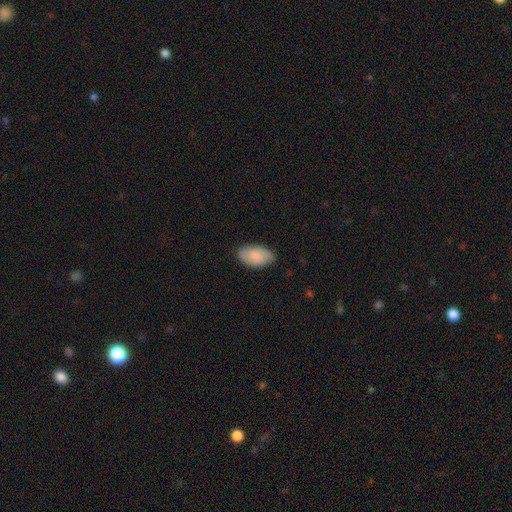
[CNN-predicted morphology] smooth-or-featured: smooth: 83% | featured or disk: 11% | star or artifact: 6%
  how-rounded: in between: 95% | round: 3% | cigar-shaped: 2%
  merging: none: 77% | minor disturbance: 19% | major disturbance: 3% | merger: 1%